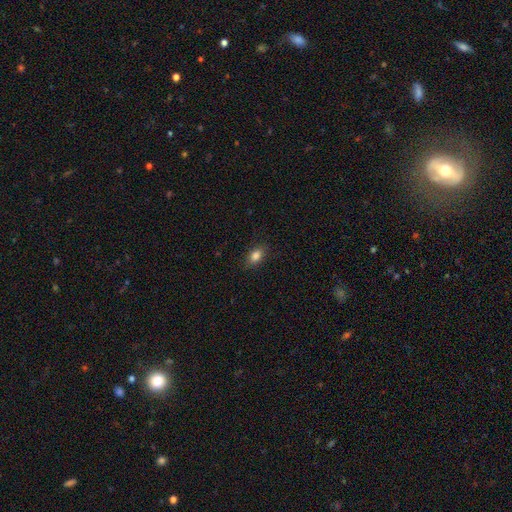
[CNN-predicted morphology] The model was most divided on "how rounded": in between: 83%, round: 13%, cigar-shaped: 3%. More confident: merging — none (86%); smooth or featured — smooth (85%).